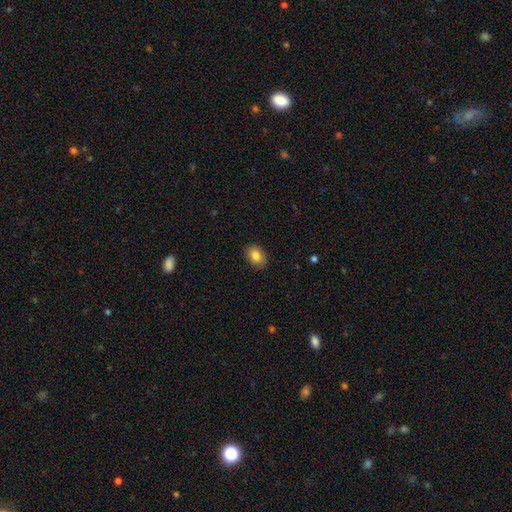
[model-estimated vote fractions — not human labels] A smooth galaxy with no disk features (84%) that is in between round and cigar-shaped (71%). Merging: none (89%).